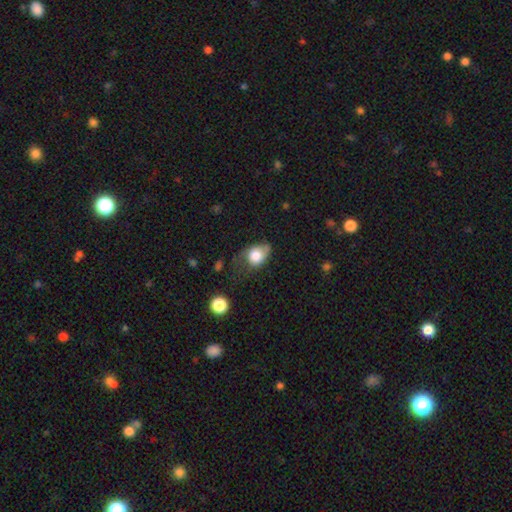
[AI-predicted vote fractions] Smooth or featured?
  - smooth: 76% *
  - featured or disk: 16%
  - star or artifact: 8%
How rounded?
  - in between: 62% *
  - round: 37%
  - cigar-shaped: 1%
Merging?
  - minor disturbance: 38% *
  - none: 34%
  - major disturbance: 25%
  - merger: 3%